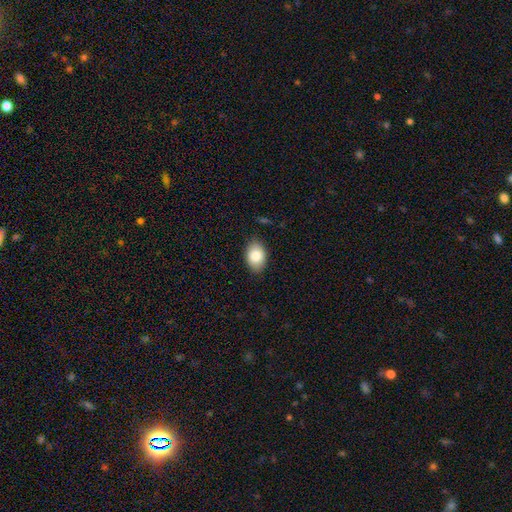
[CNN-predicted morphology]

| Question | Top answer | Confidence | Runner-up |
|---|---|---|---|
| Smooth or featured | smooth | 85% | featured or disk (8%) |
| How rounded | in between | 84% | round (15%) |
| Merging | none | 85% | minor disturbance (11%) |